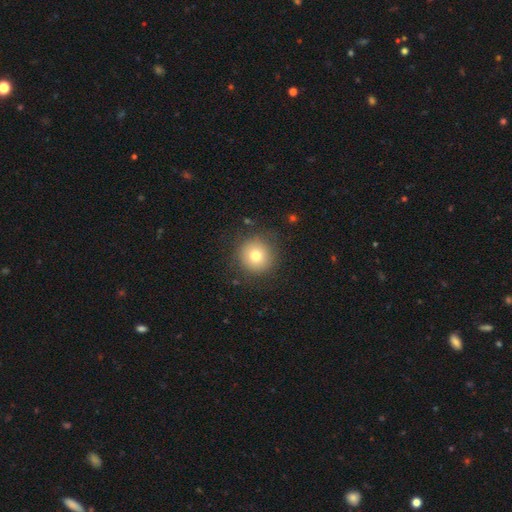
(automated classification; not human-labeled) Q: Smooth or featured?
A: smooth (76%); runner-up: featured or disk (12%)
Q: How rounded?
A: round (95%); runner-up: in between (4%)
Q: Merging?
A: none (86%); runner-up: minor disturbance (9%)